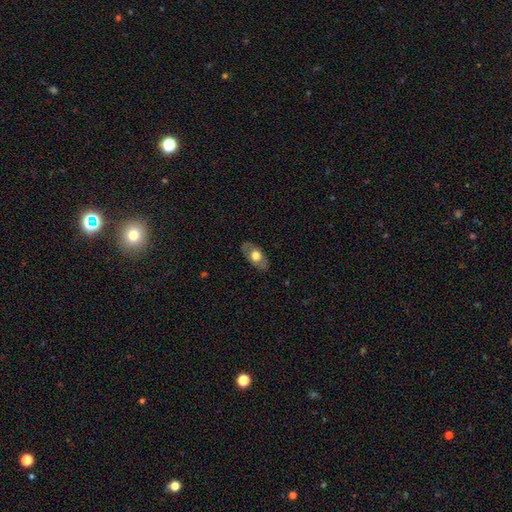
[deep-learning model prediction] Smooth or featured? smooth (59%)
How rounded? in between (89%)
Merging? none (83%)